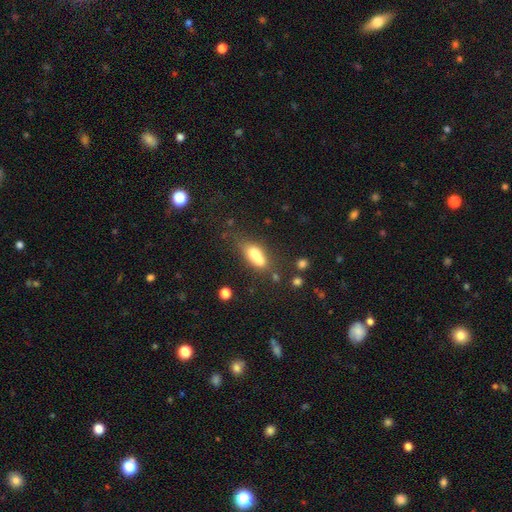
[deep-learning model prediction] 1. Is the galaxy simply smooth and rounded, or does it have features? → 68% smooth, 21% featured or disk, 11% star or artifact.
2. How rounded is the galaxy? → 68% in between, 27% cigar-shaped, 5% round.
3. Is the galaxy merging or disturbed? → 37% none, 24% merger, 23% minor disturbance, 16% major disturbance.